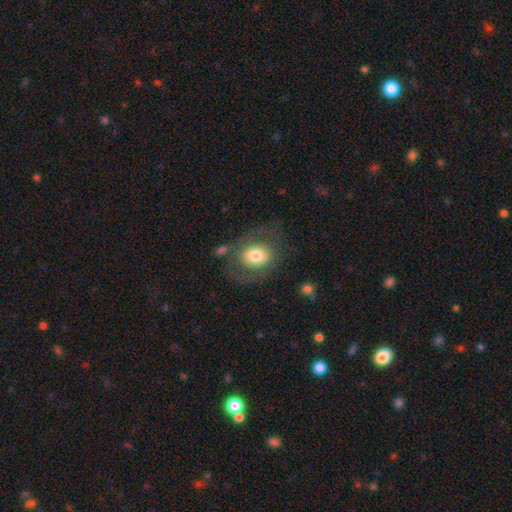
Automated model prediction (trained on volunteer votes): smooth-or-featured: smooth: 62% | featured or disk: 31% | star or artifact: 8%
  how-rounded: in between: 53% | round: 46% | cigar-shaped: 1%
  merging: none: 62% | minor disturbance: 18% | major disturbance: 16% | merger: 4%